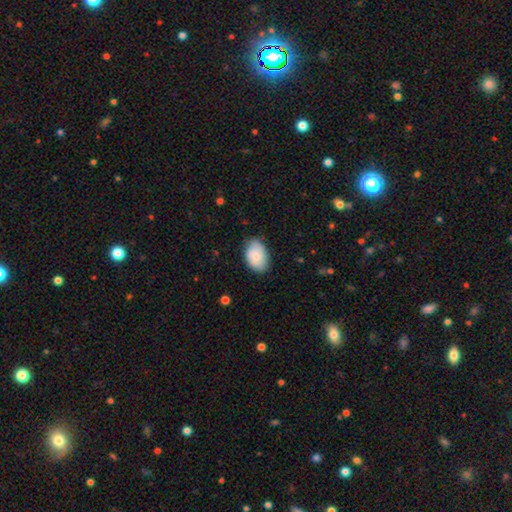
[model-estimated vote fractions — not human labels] Smooth or featured: smooth — 80% (featured or disk — 14%)
How rounded: in between — 89% (round — 9%)
Merging: none — 78% (minor disturbance — 18%)